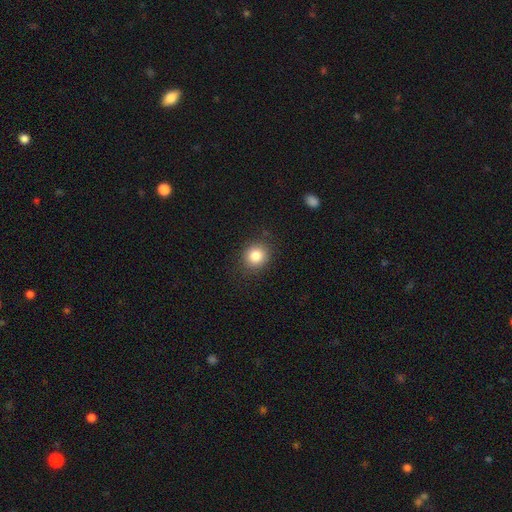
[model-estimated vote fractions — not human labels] smooth-or-featured: smooth: 83% | star or artifact: 11% | featured or disk: 6%
  how-rounded: round: 82% | in between: 17% | cigar-shaped: 1%
  merging: none: 87% | minor disturbance: 9% | major disturbance: 3% | merger: 1%